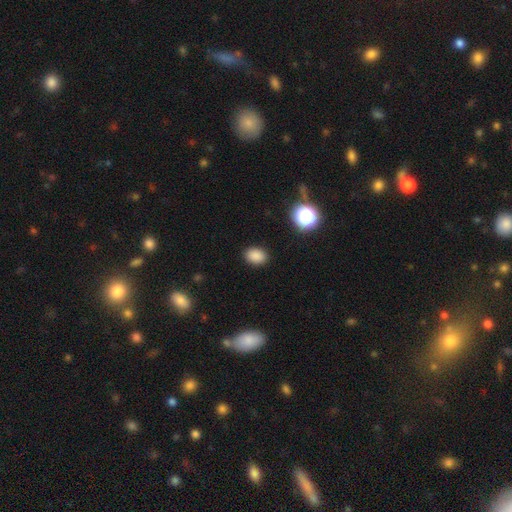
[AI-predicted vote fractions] Q: Smooth or featured?
A: smooth (85%); runner-up: star or artifact (12%)
Q: How rounded?
A: in between (70%); runner-up: round (29%)
Q: Merging?
A: none (89%); runner-up: minor disturbance (7%)